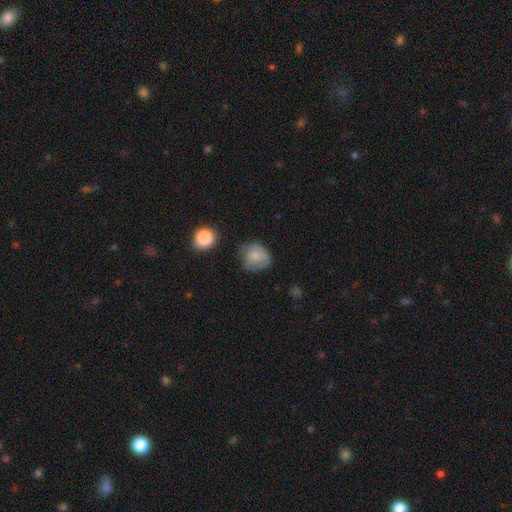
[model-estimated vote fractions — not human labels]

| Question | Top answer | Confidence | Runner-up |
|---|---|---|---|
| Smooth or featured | smooth | 68% | featured or disk (23%) |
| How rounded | round | 65% | in between (34%) |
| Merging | none | 53% | minor disturbance (31%) |